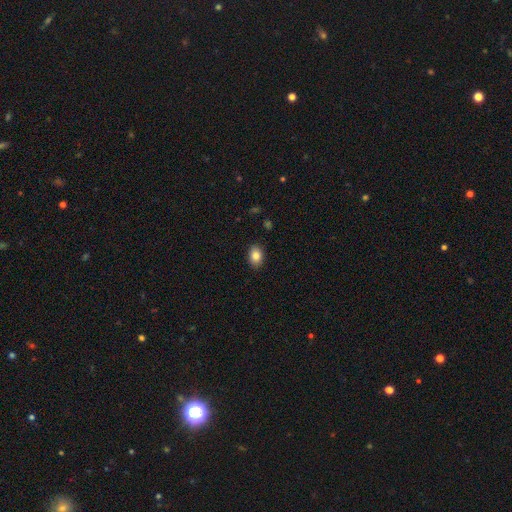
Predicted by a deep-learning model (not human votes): Smooth or featured? smooth (84%)
How rounded? in between (80%)
Merging? none (88%)